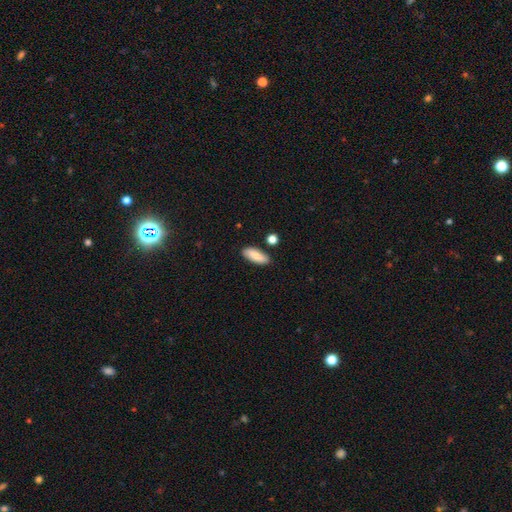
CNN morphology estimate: Smooth or featured: smooth — 80% (featured or disk — 13%)
How rounded: in between — 77% (cigar-shaped — 21%)
Merging: none — 84% (minor disturbance — 10%)